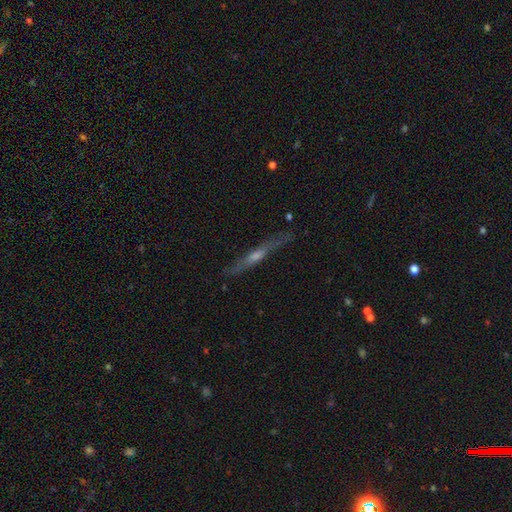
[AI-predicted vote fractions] smooth-or-featured: featured or disk: 68% | smooth: 24% | star or artifact: 8%
  disk-edge-on: yes: 91% | no: 9%
    edge-on-bulge: rounded: 61% | none: 27% | boxy: 12%
  merging: none: 78% | minor disturbance: 15% | major disturbance: 4% | merger: 2%